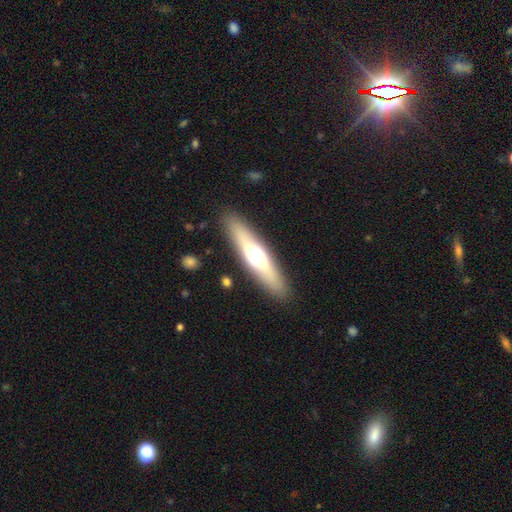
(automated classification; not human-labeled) A smooth galaxy with no disk features (48%).

Vote fractions:
- Smooth or featured? smooth: 48% / featured or disk: 46% / star or artifact: 6%
- Merging? none: 89% / minor disturbance: 8% / major disturbance: 2% / merger: 1%